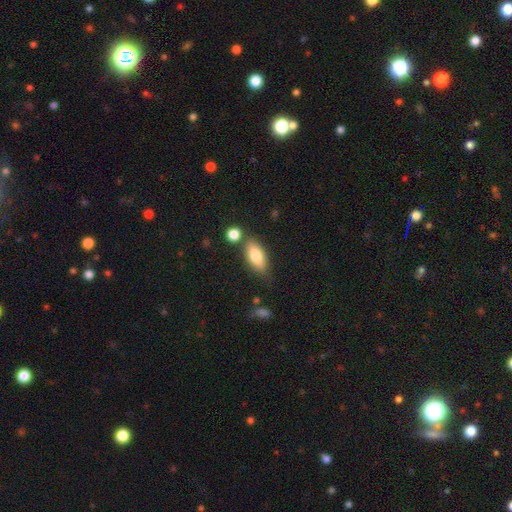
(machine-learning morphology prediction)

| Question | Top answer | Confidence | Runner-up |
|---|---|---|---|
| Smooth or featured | smooth | 78% | featured or disk (15%) |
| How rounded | in between | 82% | cigar-shaped (15%) |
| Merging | none | 72% | minor disturbance (14%) |